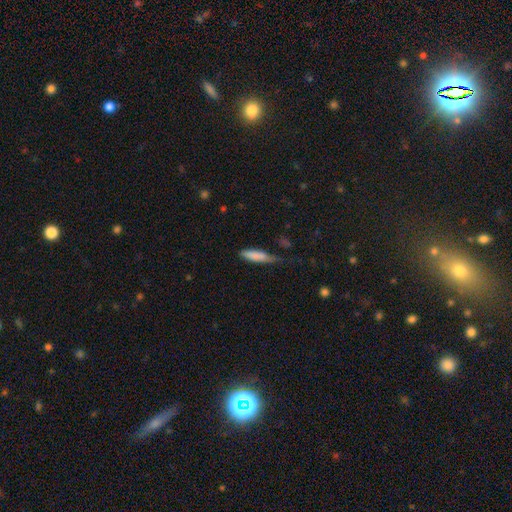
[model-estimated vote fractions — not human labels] smooth 81%, featured or disk 13%, star or artifact 6%. Down the decision tree: how rounded — cigar-shaped (71%); merging — none (41%).